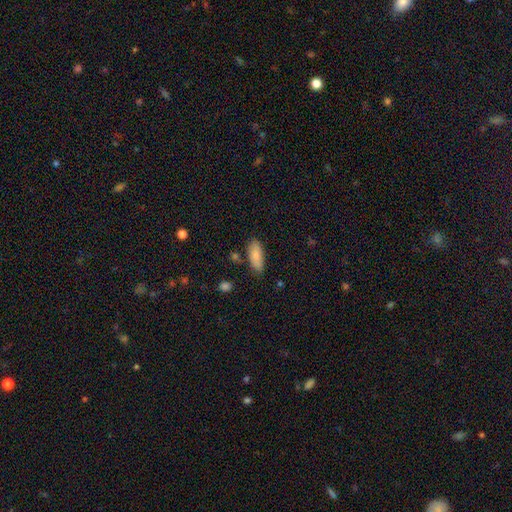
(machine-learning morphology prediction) This is clearly a smooth galaxy (84%). How rounded: clearly in between (82%). Merging: likely none (80%).